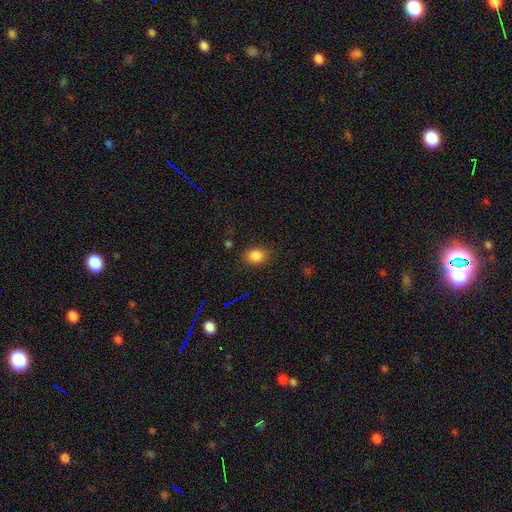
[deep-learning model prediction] smooth_or_featured: smooth (p=0.84) [alt: star or artifact p=0.11]
how_rounded: in between (p=0.57) [alt: round p=0.42]
merging: none (p=0.84) [alt: minor disturbance p=0.11]